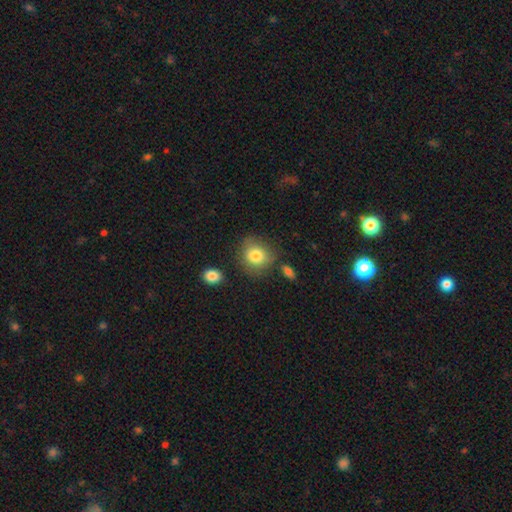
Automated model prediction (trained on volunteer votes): Q: Smooth or featured?
A: smooth (82%); runner-up: featured or disk (10%)
Q: How rounded?
A: round (79%); runner-up: in between (20%)
Q: Merging?
A: none (71%); runner-up: minor disturbance (18%)